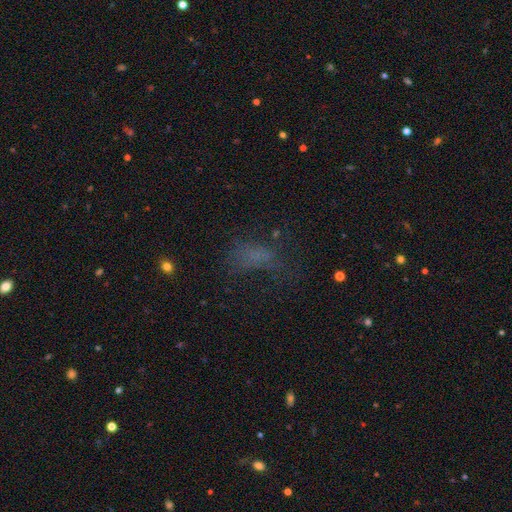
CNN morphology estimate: Smooth or featured? smooth (51%)
How rounded? in between (76%)
Merging? none (41%)